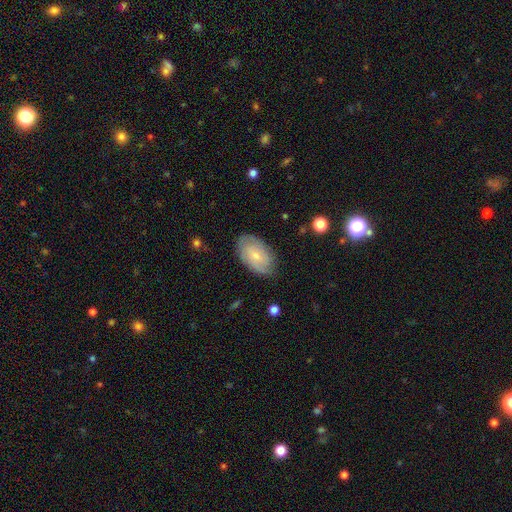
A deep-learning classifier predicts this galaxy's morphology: Smooth or featured?
  - featured or disk: 53% *
  - smooth: 40%
  - star or artifact: 7%
Edge-on disk?
  - no: 94% *
  - yes: 6%
Bar?
  - no: 60% *
  - weak: 34%
  - strong: 6%
Spiral arms?
  - yes: 80% *
  - no: 20%
Bulge size?
  - small: 68% *
  - moderate: 26%
  - none: 3%
  - large: 1%
  - dominant: 1%
Merging?
  - none: 77% *
  - minor disturbance: 18%
  - major disturbance: 4%
  - merger: 1%